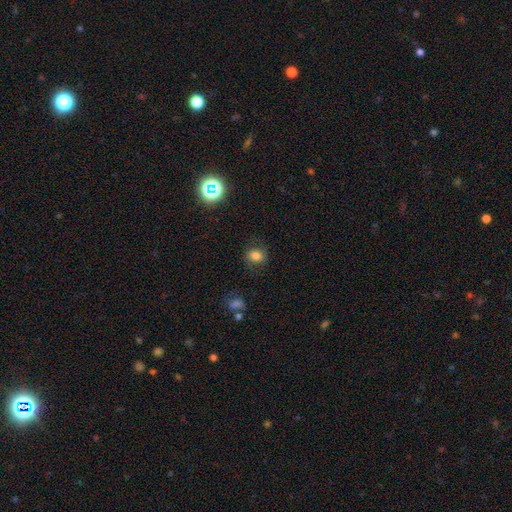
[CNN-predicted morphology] Q: Smooth or featured?
A: smooth (77%); runner-up: star or artifact (14%)
Q: How rounded?
A: round (61%); runner-up: in between (38%)
Q: Merging?
A: none (79%); runner-up: minor disturbance (14%)